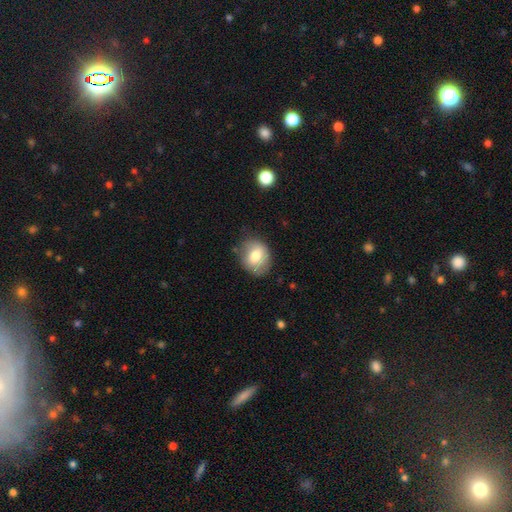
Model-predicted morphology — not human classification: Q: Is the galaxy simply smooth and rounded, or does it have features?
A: smooth — 75%.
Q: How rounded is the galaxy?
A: round — 54%.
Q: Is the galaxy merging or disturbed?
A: none — 74%.